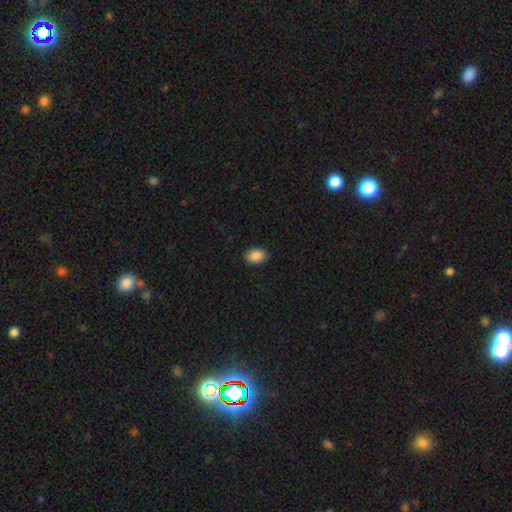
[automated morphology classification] Overall: smooth (89%). How rounded: in between (82%). Merging: none (88%).